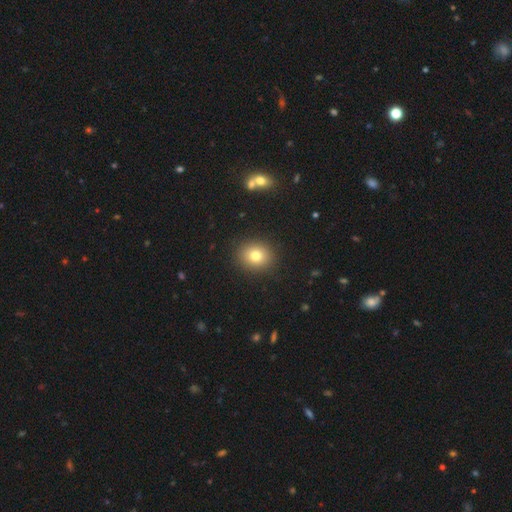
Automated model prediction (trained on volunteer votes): Overall: smooth (77%). How rounded: round (69%; in between 30%). Merging: none (89%).